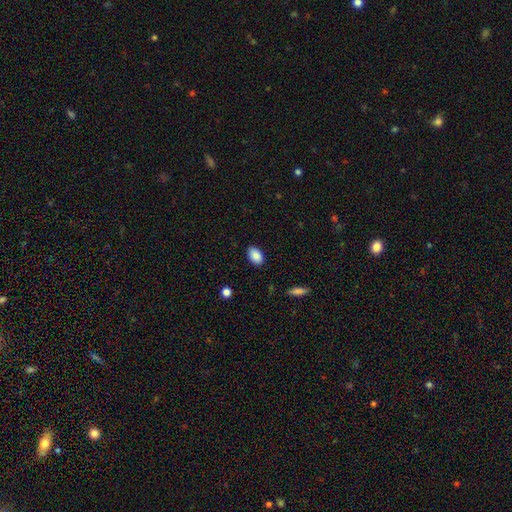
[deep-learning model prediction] A smooth galaxy with no disk features (87%) that is in between round and cigar-shaped (91%).

Vote fractions:
- Smooth or featured? smooth: 87% / star or artifact: 7% / featured or disk: 6%
- How rounded? in between: 91% / round: 8% / cigar-shaped: 1%
- Merging? none: 88% / minor disturbance: 9% / major disturbance: 2% / merger: 1%